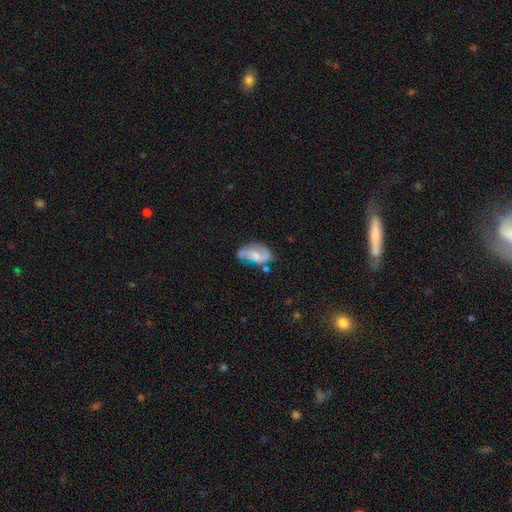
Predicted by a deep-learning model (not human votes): The model was most divided on "bulge size": small: 38%, moderate: 36%, none: 19%, large: 6%, dominant: 2%. Remaining: edge-on disk — no (96%); spiral arms — yes (84%); smooth or featured — featured or disk (61%); bar — no (52%); merging — none (46%).